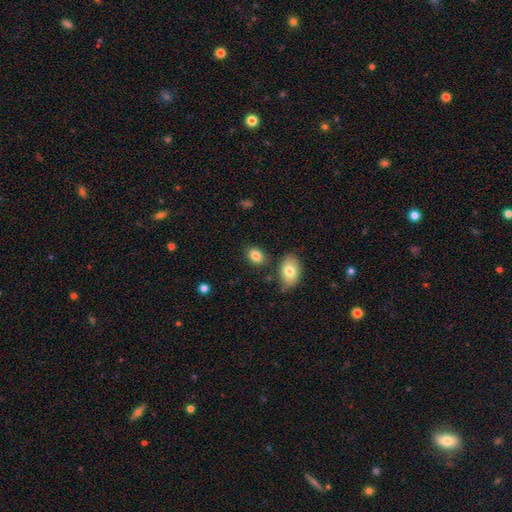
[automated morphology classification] This is clearly a smooth galaxy (83%). How rounded: likely in between (78%). Merging: likely none (79%).